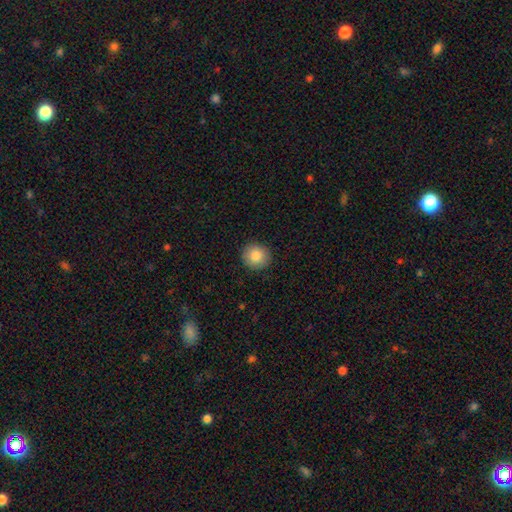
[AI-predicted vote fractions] smooth 85%, star or artifact 8%, featured or disk 7%. Down the decision tree: how rounded — round (92%); merging — none (91%).